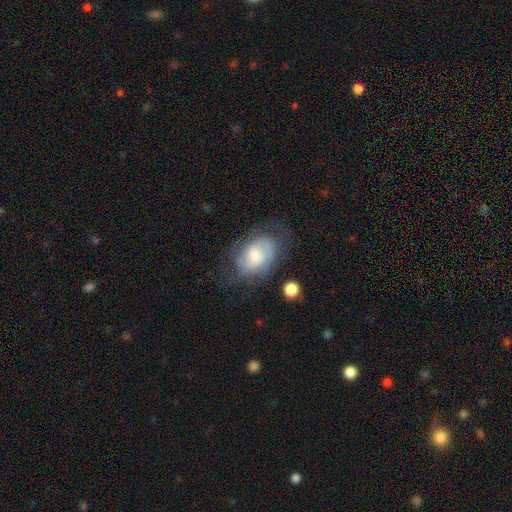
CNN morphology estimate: This appears to be a smooth galaxy with no disk features (47%). Merging: none (52%).